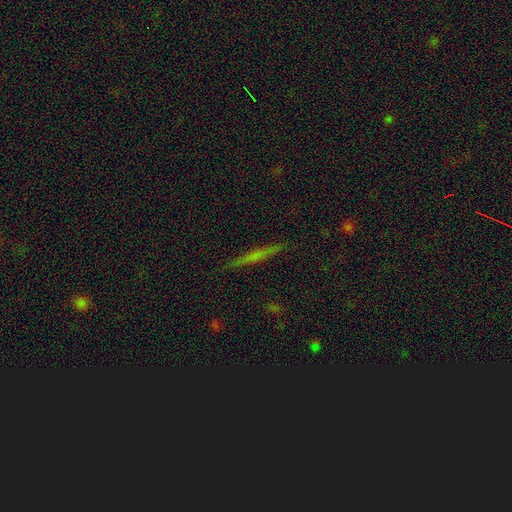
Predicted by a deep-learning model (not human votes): A featured or disk galaxy (50%).

Vote fractions:
- Smooth or featured? featured or disk: 50% / smooth: 40% / star or artifact: 10%
- Merging? none: 91% / minor disturbance: 6% / major disturbance: 1% / merger: 1%